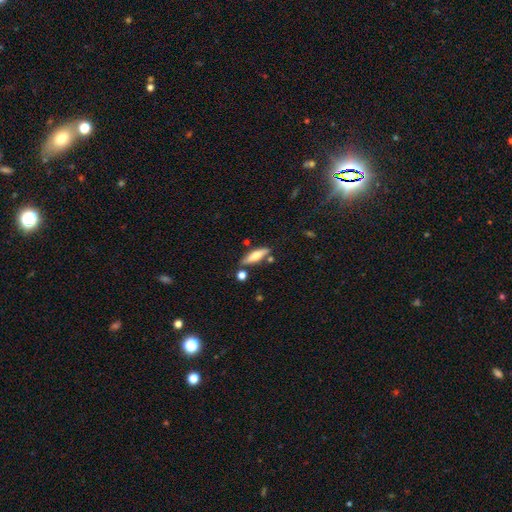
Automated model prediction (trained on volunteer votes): Smooth or featured: smooth — 55% (featured or disk — 39%)
How rounded: cigar-shaped — 63% (in between — 34%)
Merging: none — 78% (minor disturbance — 12%)